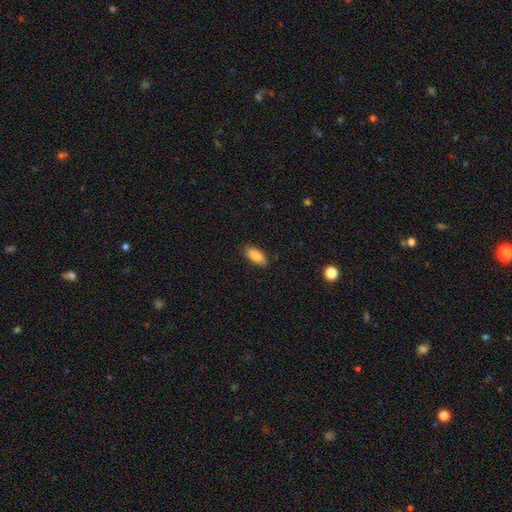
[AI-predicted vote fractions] smooth_or_featured: smooth (p=0.87) [alt: featured or disk p=0.07]
how_rounded: in between (p=0.85) [alt: cigar-shaped p=0.13]
merging: none (p=0.87) [alt: minor disturbance p=0.10]